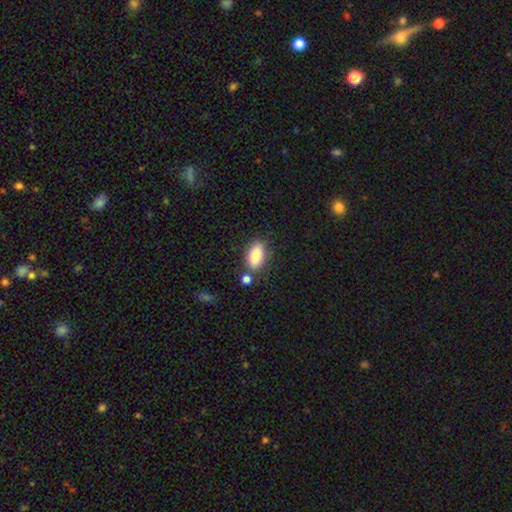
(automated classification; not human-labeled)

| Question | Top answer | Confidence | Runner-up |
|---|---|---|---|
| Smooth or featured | smooth | 85% | featured or disk (8%) |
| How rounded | in between | 87% | cigar-shaped (9%) |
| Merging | none | 72% | minor disturbance (13%) |